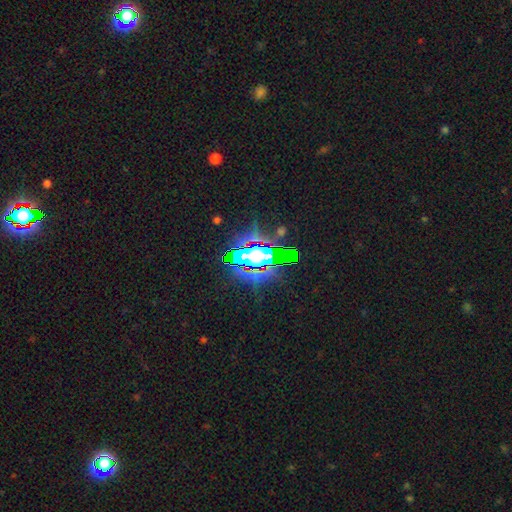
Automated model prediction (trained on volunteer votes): Smooth or featured?
  - star or artifact: 65% *
  - smooth: 18%
  - featured or disk: 18%